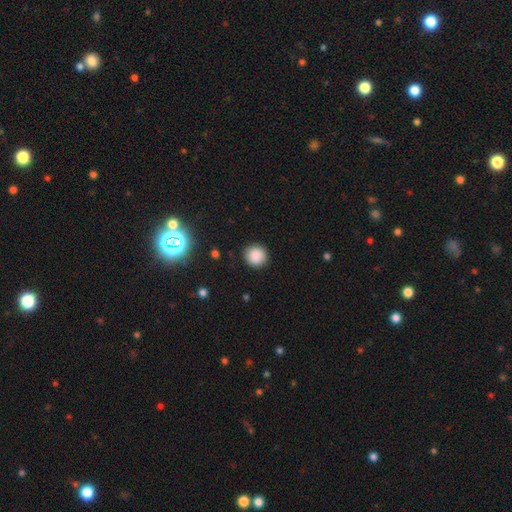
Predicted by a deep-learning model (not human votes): This appears to be a smooth galaxy with no disk features (87%) that is round (91%). Merging: none (90%).